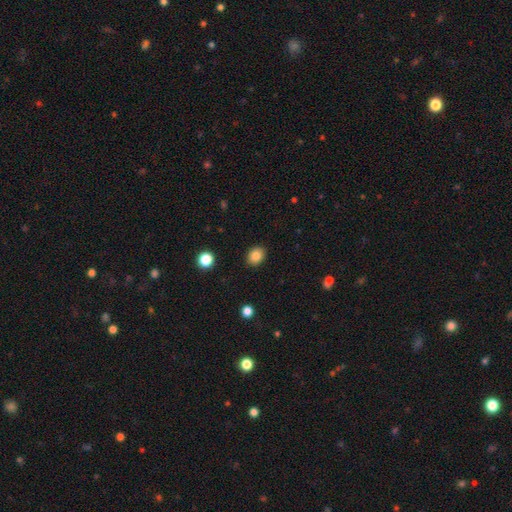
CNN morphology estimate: Q: Smooth or featured?
A: smooth (84%); runner-up: star or artifact (10%)
Q: How rounded?
A: round (53%); runner-up: in between (46%)
Q: Merging?
A: none (90%); runner-up: minor disturbance (7%)